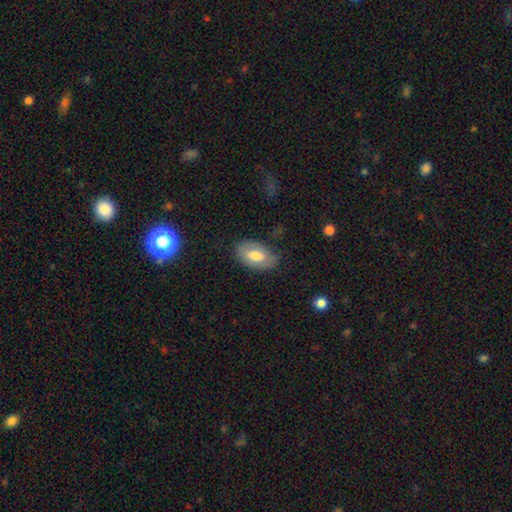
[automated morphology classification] This appears to be a smooth galaxy with no disk features (68%) that is in between round and cigar-shaped (93%). Merging: none (74%).